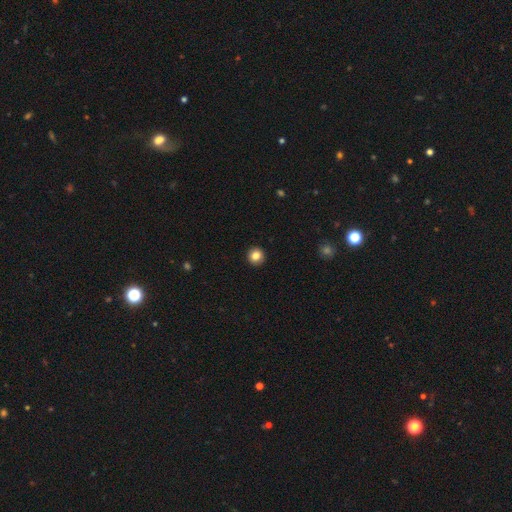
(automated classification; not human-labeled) Smooth or featured: smooth — 84% (star or artifact — 10%)
How rounded: round — 95% (in between — 4%)
Merging: none — 94% (minor disturbance — 4%)